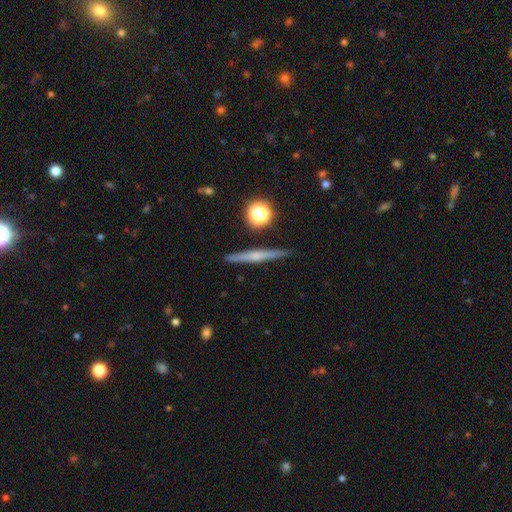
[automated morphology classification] Overall: featured or disk (58%; smooth 33%). Edge-on disk: yes (97%). Edge-on bulge: rounded (55%; none 38%). Merging: none (89%).